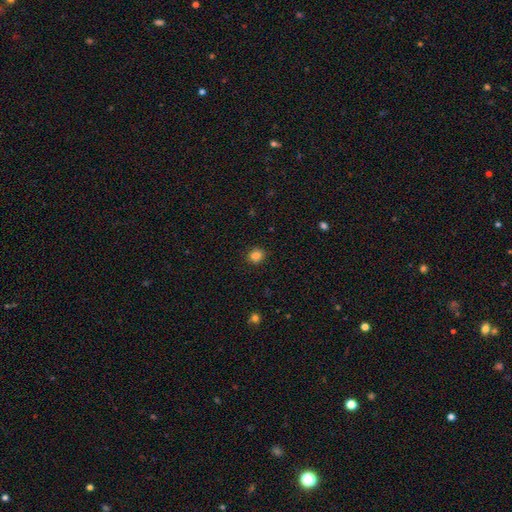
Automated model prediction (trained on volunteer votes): Q: Smooth or featured?
A: smooth (85%); runner-up: star or artifact (12%)
Q: How rounded?
A: round (80%); runner-up: in between (19%)
Q: Merging?
A: none (89%); runner-up: minor disturbance (8%)